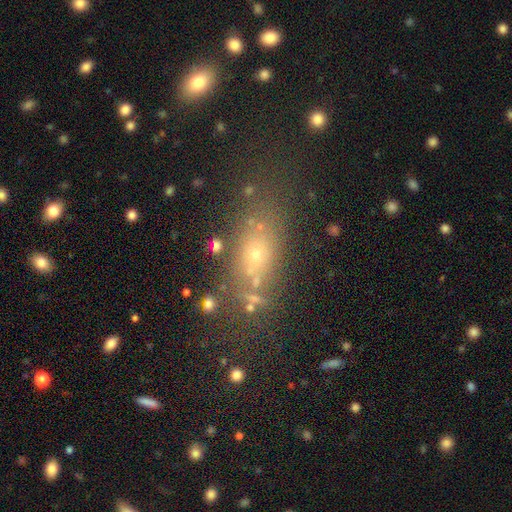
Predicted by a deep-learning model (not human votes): A smooth galaxy with no disk features (54%) that is in between round and cigar-shaped (66%).

Vote fractions:
- Smooth or featured? smooth: 54% / star or artifact: 26% / featured or disk: 20%
- How rounded? in between: 66% / round: 22% / cigar-shaped: 12%
- Merging? none: 66% / minor disturbance: 16% / major disturbance: 9% / merger: 9%